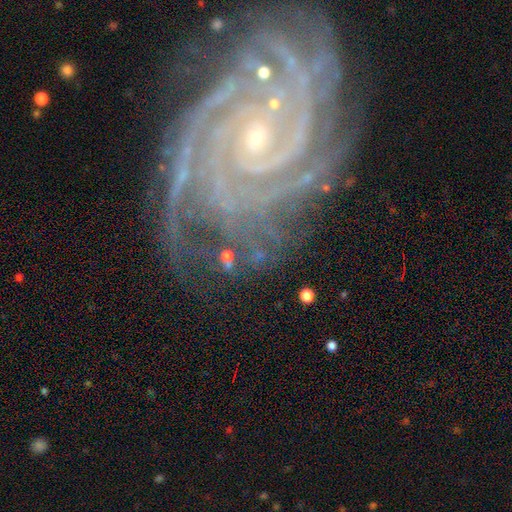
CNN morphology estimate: featured or disk 88%, star or artifact 8%, smooth 4%. Down the decision tree: edge-on disk — no (97%); bar — no (60%); spiral arms — yes (98%); spiral arm count — 3 (21%, tied with 2); spiral winding — tight (79%); bulge size — small (76%); merging — none (72%).